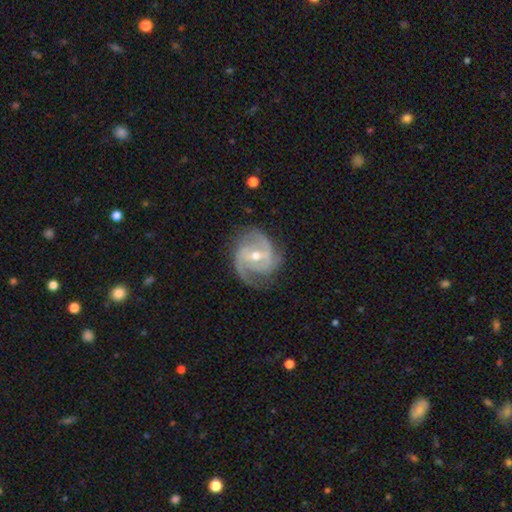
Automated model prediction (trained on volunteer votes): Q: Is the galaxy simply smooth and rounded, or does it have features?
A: featured or disk — 89%.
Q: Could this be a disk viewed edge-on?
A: no — 97%.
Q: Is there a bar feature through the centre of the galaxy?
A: weak — 46%.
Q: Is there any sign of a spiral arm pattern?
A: yes — 97%.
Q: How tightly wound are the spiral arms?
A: medium — 46%.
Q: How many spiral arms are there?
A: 2 — 47%.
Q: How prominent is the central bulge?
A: moderate — 60%.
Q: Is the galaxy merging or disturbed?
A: none — 73%.